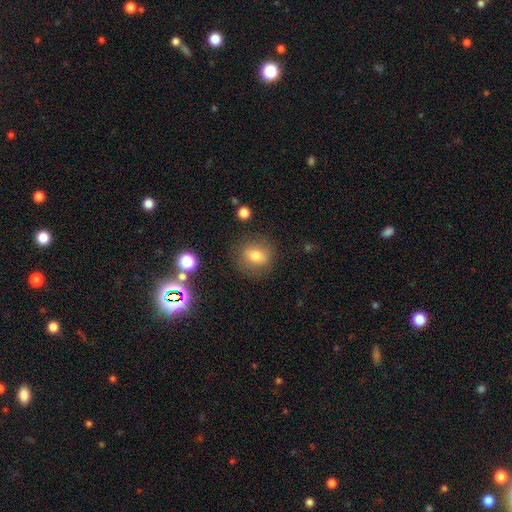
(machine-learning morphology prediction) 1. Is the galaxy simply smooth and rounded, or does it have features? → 72% smooth, 17% featured or disk, 11% star or artifact.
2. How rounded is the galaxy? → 57% round, 41% in between, 2% cigar-shaped.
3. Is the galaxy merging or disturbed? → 82% none, 12% minor disturbance, 5% major disturbance, 2% merger.